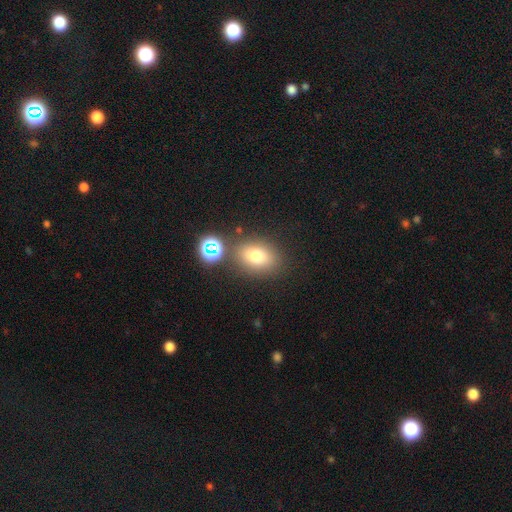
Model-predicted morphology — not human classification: This appears to be a smooth galaxy with no disk features (73%) that is in between round and cigar-shaped (67%). Merging: none (76%).